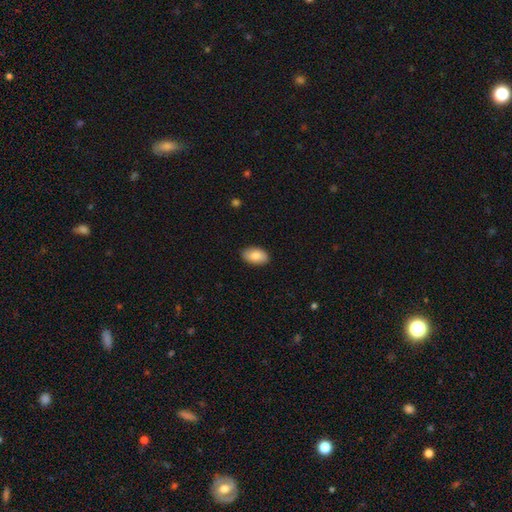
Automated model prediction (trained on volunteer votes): The model was most divided on "smooth or featured": smooth: 84%, featured or disk: 10%, star or artifact: 6%. More confident: how rounded — in between (94%); merging — none (88%).